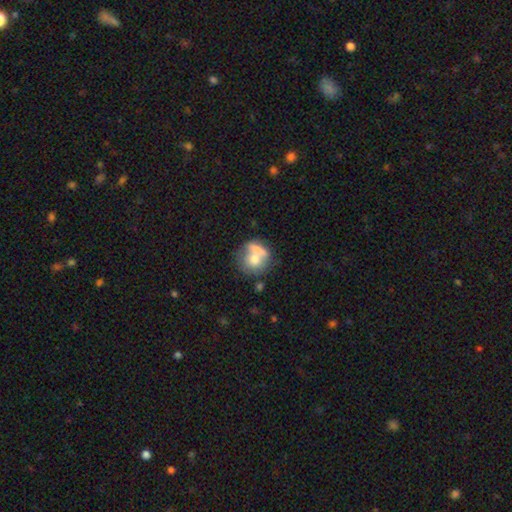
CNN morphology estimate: Overall: smooth (66%). How rounded: round (81%). Merging: none (38%, tied with merger).